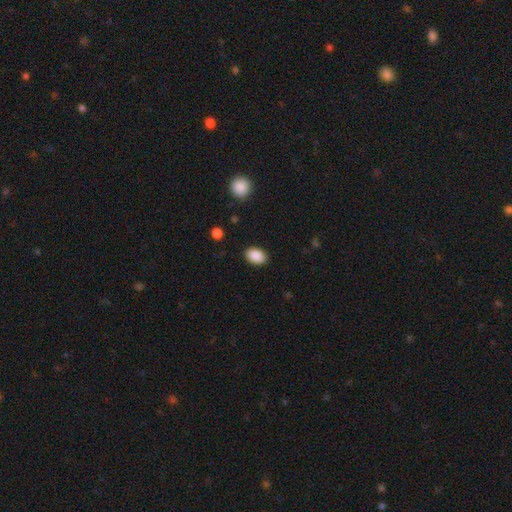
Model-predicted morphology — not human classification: Smooth or featured: smooth — 89% (star or artifact — 8%)
How rounded: in between — 85% (round — 14%)
Merging: none — 89% (minor disturbance — 8%)